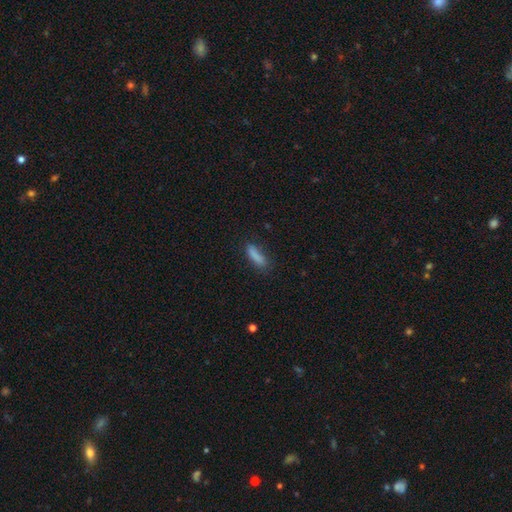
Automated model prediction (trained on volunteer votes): The model was most divided on "how rounded": cigar-shaped: 55%, in between: 43%, round: 2%. More confident: smooth or featured — smooth (83%); merging — none (67%).